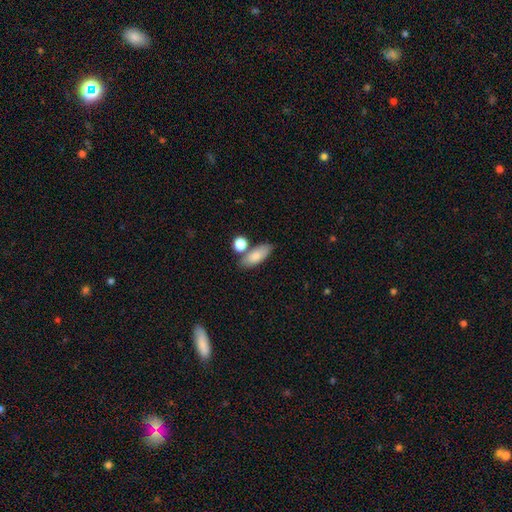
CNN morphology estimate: Smooth or featured?
  - smooth: 82% *
  - featured or disk: 11%
  - star or artifact: 7%
How rounded?
  - in between: 76% *
  - cigar-shaped: 19%
  - round: 6%
Merging?
  - none: 64% *
  - merger: 18%
  - minor disturbance: 14%
  - major disturbance: 4%